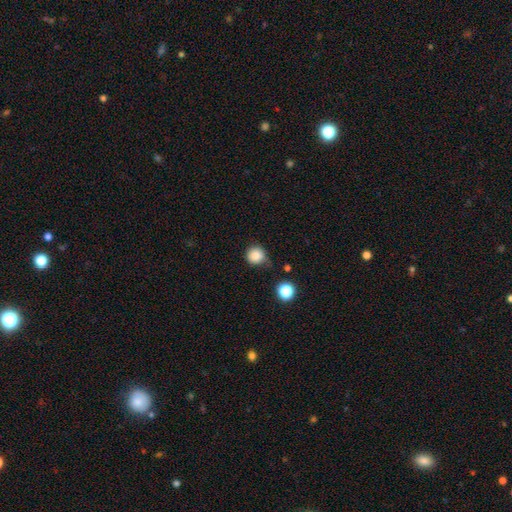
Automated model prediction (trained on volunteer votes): The model was most divided on "merging": none: 63%, minor disturbance: 26%, major disturbance: 7%, merger: 5%. More confident: how rounded — round (92%); smooth or featured — smooth (82%).